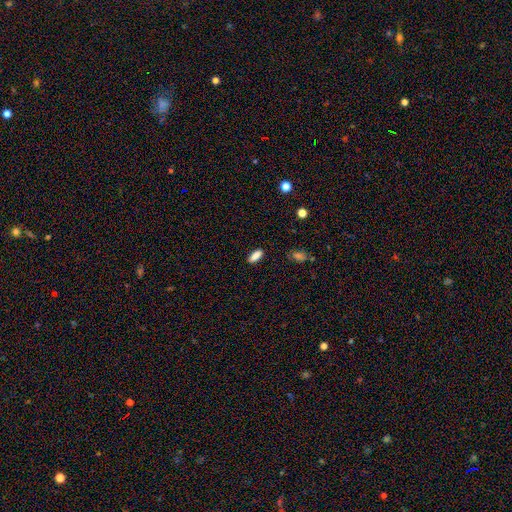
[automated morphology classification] smooth-or-featured: smooth: 86% | star or artifact: 8% | featured or disk: 6%
  how-rounded: in between: 70% | cigar-shaped: 27% | round: 3%
  merging: none: 86% | minor disturbance: 10% | major disturbance: 2% | merger: 1%